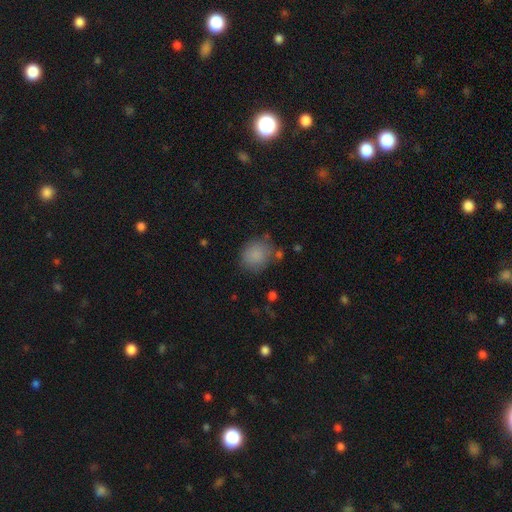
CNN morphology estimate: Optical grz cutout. It shows a smooth galaxy with no disk features (84%) that is round (75%). Merging: none (73%).